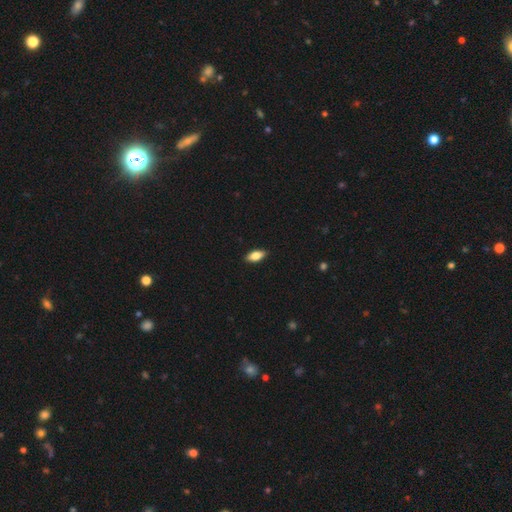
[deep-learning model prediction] Morphology: type=smooth (79%); roundness=in between (87%); merging=none (89%).